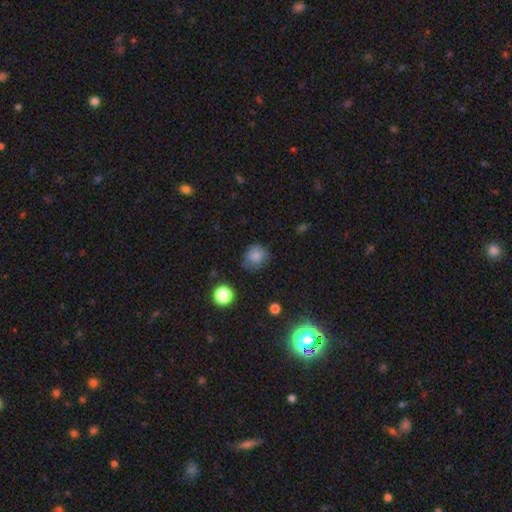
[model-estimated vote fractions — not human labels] smooth 82%, star or artifact 11%, featured or disk 7%. Down the decision tree: how rounded — round (75%); merging — none (67%).